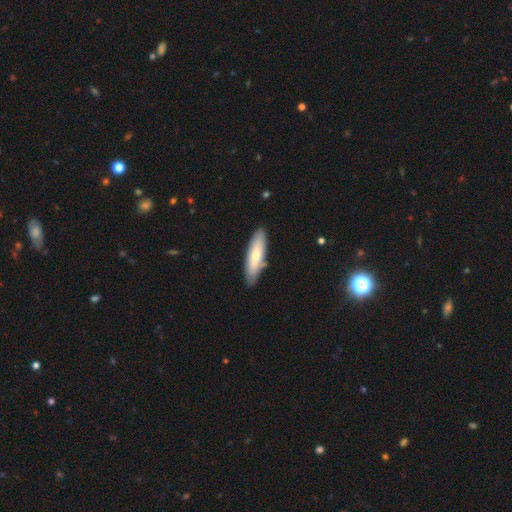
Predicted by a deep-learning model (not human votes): smooth_or_featured: smooth (p=0.68) [alt: featured or disk p=0.27]
how_rounded: cigar-shaped (p=0.61) [alt: in between p=0.37]
merging: none (p=0.81) [alt: minor disturbance p=0.14]